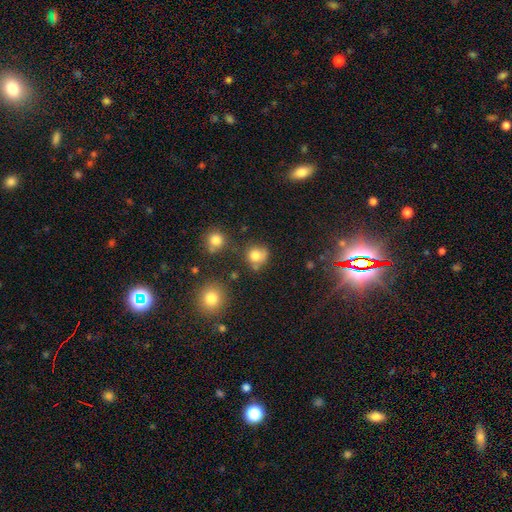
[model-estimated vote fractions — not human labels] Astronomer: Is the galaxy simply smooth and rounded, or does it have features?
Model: smooth — 78%.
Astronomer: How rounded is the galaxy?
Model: round — 80%.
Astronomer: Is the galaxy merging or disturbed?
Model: none — 58%.